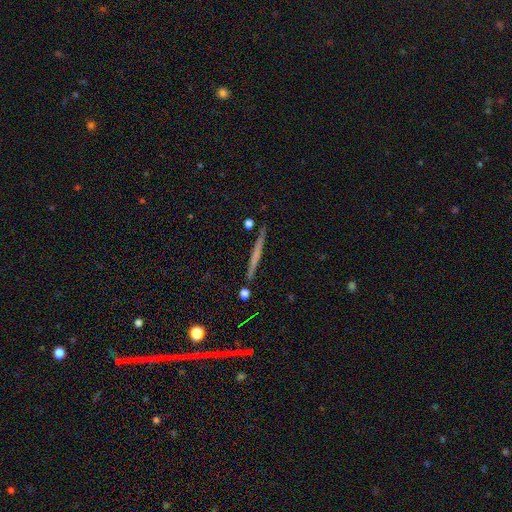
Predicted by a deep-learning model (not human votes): Overall: featured or disk (50%; smooth 43%). Edge-on disk: yes (97%). Merging: none (90%).